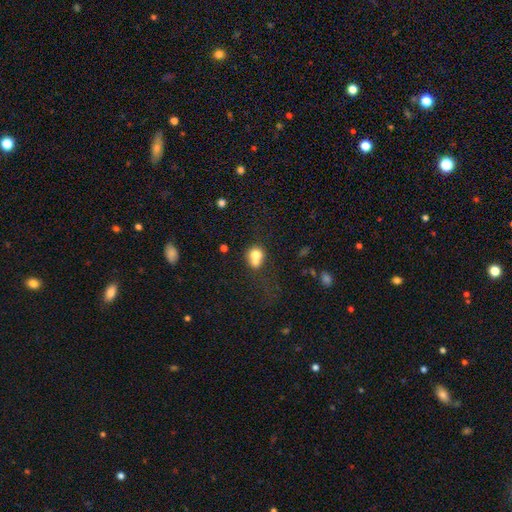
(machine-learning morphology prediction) smooth_or_featured: smooth (p=0.70) [alt: featured or disk p=0.19]
how_rounded: round (p=0.66) [alt: in between p=0.33]
merging: merger (p=0.58) [alt: none p=0.27]